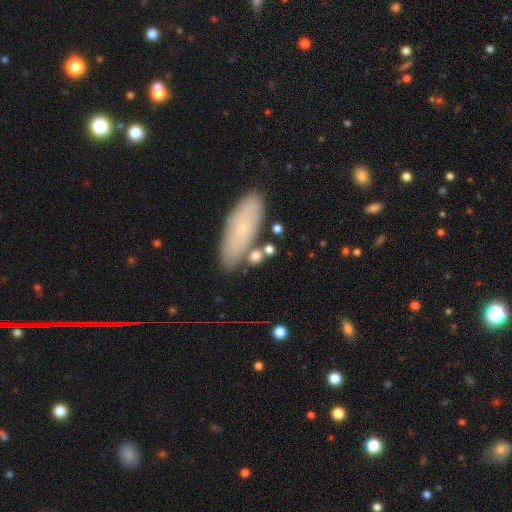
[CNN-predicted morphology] Smooth or featured? smooth (73%)
How rounded? in between (53%)
Merging? none (68%)